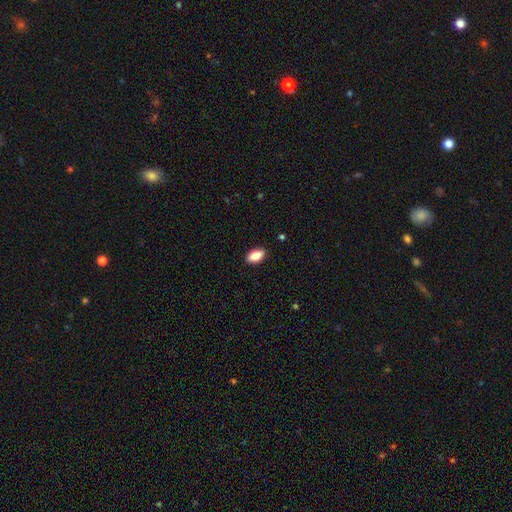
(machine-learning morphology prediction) Smooth or featured?
  - smooth: 84% *
  - featured or disk: 9%
  - star or artifact: 7%
How rounded?
  - in between: 90% *
  - round: 5%
  - cigar-shaped: 5%
Merging?
  - none: 88% *
  - minor disturbance: 9%
  - major disturbance: 2%
  - merger: 1%